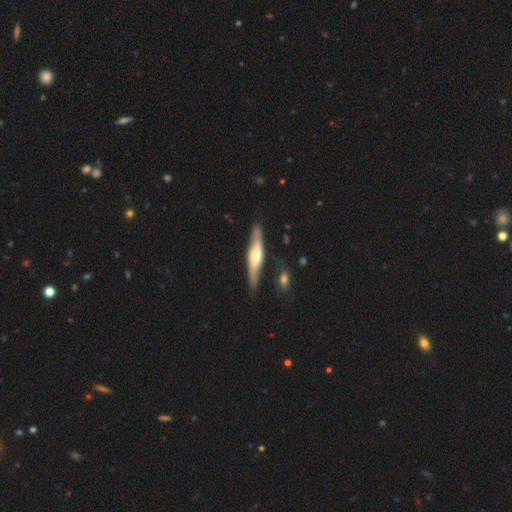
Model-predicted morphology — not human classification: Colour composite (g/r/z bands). It shows a featured or disk galaxy (55%) viewed edge-on (86%). Merging: none (77%).